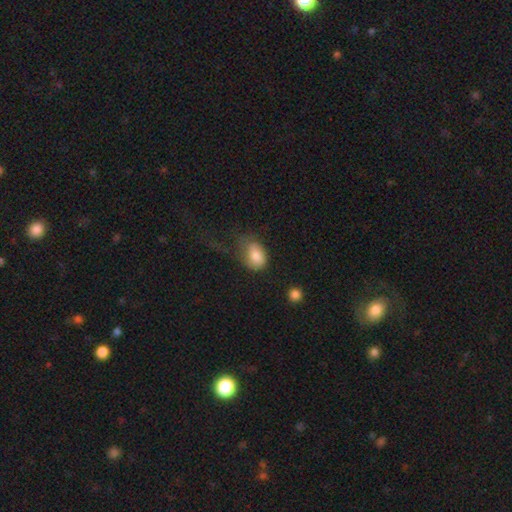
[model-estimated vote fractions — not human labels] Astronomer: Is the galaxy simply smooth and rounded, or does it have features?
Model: smooth — 80%.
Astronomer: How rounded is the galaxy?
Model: in between — 83%.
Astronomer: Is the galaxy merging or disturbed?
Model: major disturbance — 35% (runner-up: none, 33%).